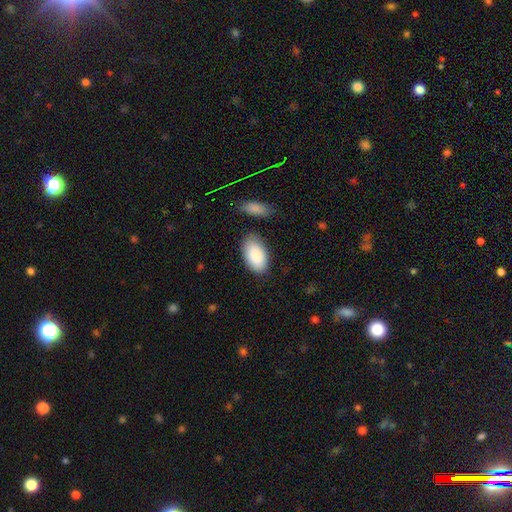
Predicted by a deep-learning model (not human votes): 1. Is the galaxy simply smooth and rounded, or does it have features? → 89% smooth, 6% star or artifact, 5% featured or disk.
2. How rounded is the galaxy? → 95% in between, 3% round, 2% cigar-shaped.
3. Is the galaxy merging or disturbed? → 77% none, 15% minor disturbance, 4% merger, 4% major disturbance.